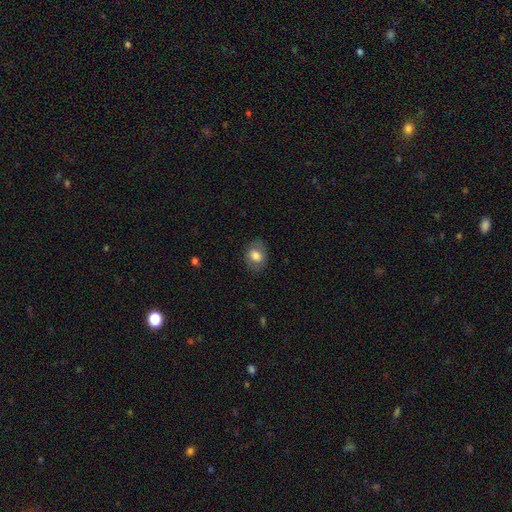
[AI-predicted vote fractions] A smooth galaxy with no disk features (73%) that is in between round and cigar-shaped (63%). Merging: none (79%).